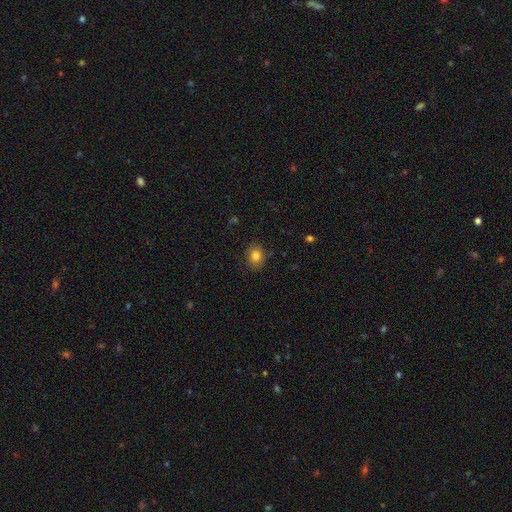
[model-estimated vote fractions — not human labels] smooth 82%, star or artifact 11%, featured or disk 7%. Down the decision tree: how rounded — round (58%); merging — none (83%).